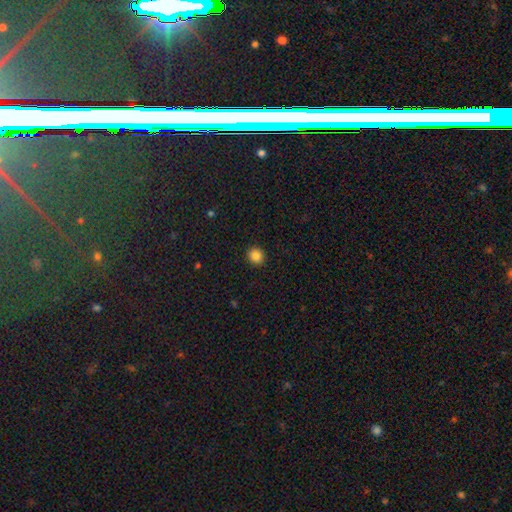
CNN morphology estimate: This is clearly a smooth galaxy (85%). How rounded: clearly round (83%). Merging: clearly none (92%).